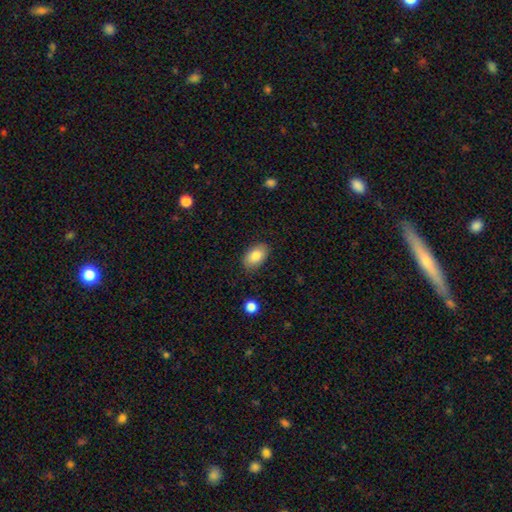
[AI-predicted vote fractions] Morphology: type=smooth (84%); roundness=in between (92%); merging=none (84%).